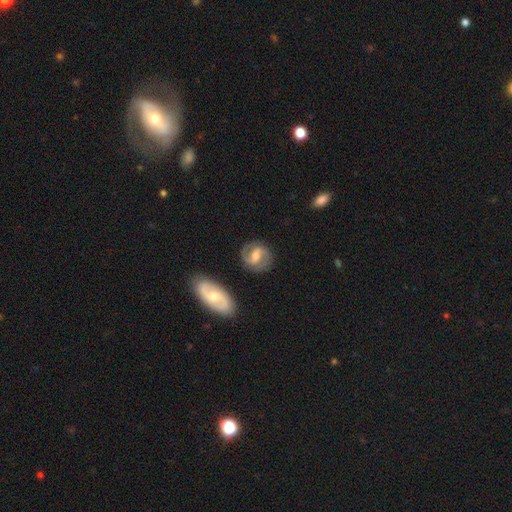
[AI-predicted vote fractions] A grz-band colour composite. It shows a featured or disk galaxy (78%) with a weak bar (56%), 2 (89%) medium (55%) spiral arms (94%) and a moderate central bulge (55%). Merging: none (79%).